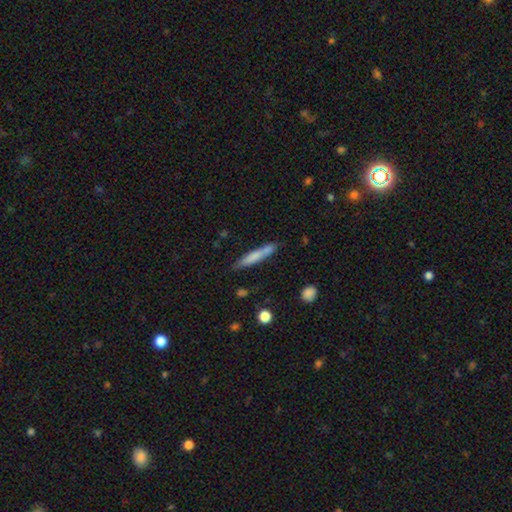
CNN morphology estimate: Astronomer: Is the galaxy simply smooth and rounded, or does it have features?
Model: smooth — 68%.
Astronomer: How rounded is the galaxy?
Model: cigar-shaped — 92%.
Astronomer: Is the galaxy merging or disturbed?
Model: none — 77%.